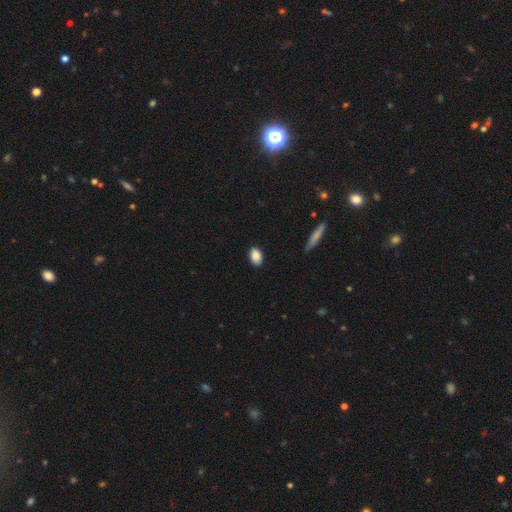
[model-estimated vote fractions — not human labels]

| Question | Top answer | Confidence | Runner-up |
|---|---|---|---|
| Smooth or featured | smooth | 88% | star or artifact (7%) |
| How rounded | in between | 87% | round (11%) |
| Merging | none | 87% | minor disturbance (10%) |